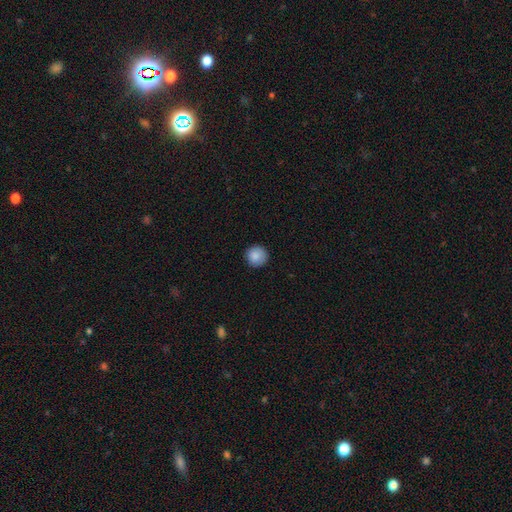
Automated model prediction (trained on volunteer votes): Smooth or featured? smooth (88%)
How rounded? round (95%)
Merging? none (89%)